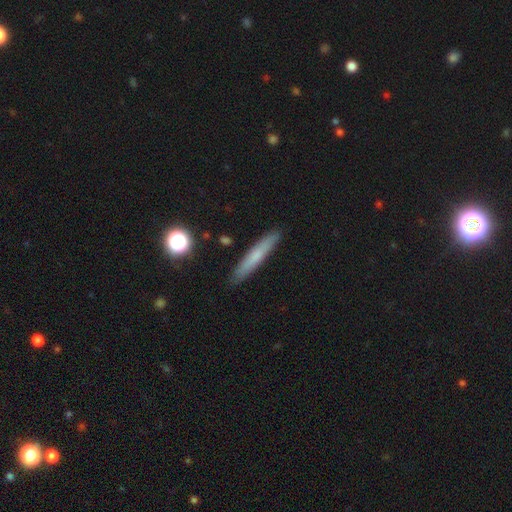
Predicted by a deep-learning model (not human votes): smooth-or-featured: smooth: 64% | featured or disk: 28% | star or artifact: 8%
  how-rounded: cigar-shaped: 93% | in between: 5% | round: 2%
  merging: none: 89% | minor disturbance: 8% | major disturbance: 2% | merger: 1%